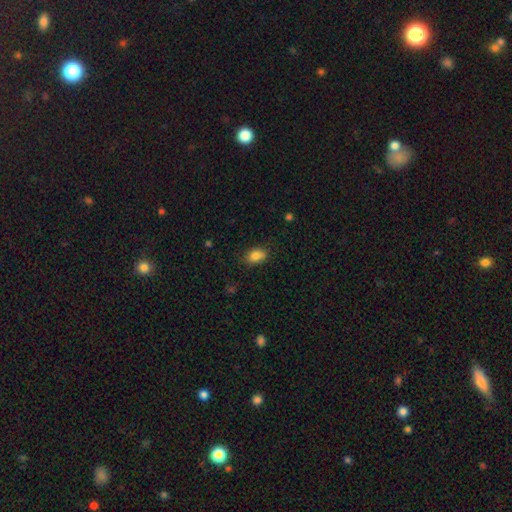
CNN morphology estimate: Overall: smooth (82%). How rounded: in between (83%). Merging: none (78%).